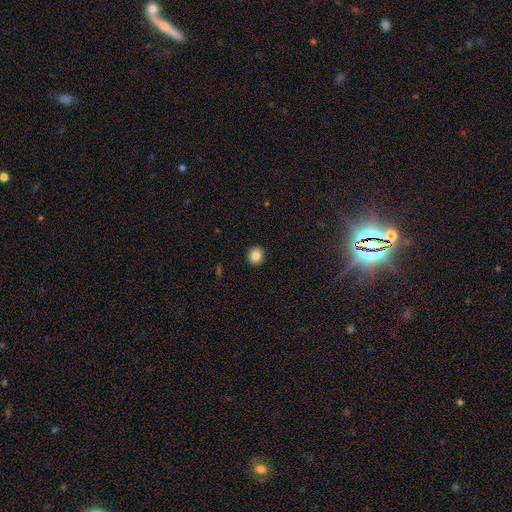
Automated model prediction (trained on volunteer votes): This appears to be a smooth galaxy with no disk features (85%) that is round (83%). Merging: none (92%).